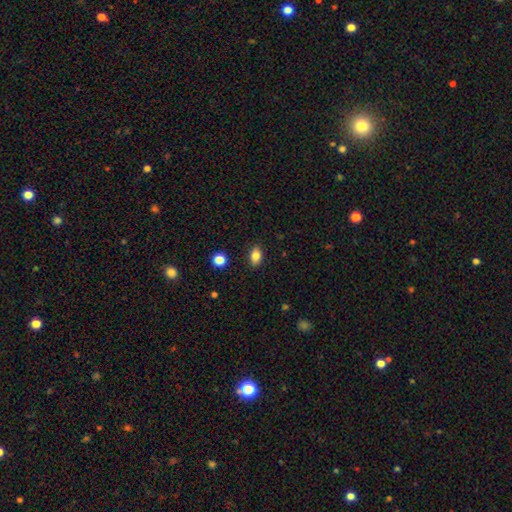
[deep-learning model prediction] Smooth or featured: smooth — 83% (star or artifact — 10%)
How rounded: in between — 84% (round — 13%)
Merging: none — 88% (minor disturbance — 8%)